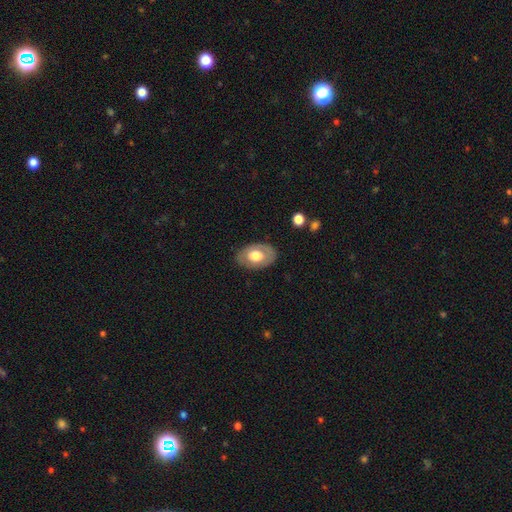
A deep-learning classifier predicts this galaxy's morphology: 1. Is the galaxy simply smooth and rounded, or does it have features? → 57% smooth, 38% featured or disk, 6% star or artifact.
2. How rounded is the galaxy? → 86% in between, 13% round, 1% cigar-shaped.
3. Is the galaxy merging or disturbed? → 82% none, 13% minor disturbance, 4% major disturbance, 1% merger.